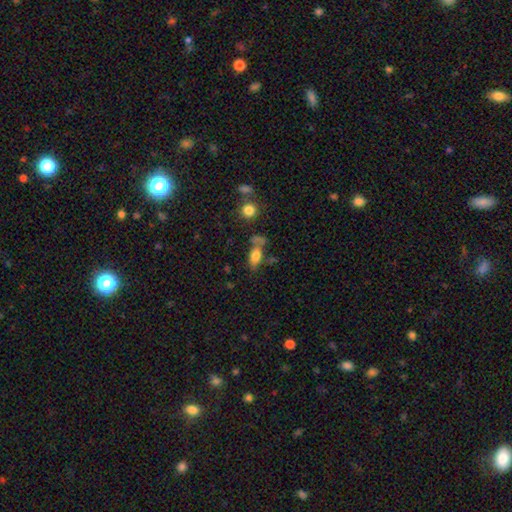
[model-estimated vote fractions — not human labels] Morphology: type=smooth (74%); roundness=in between (81%); merging=none (52%).